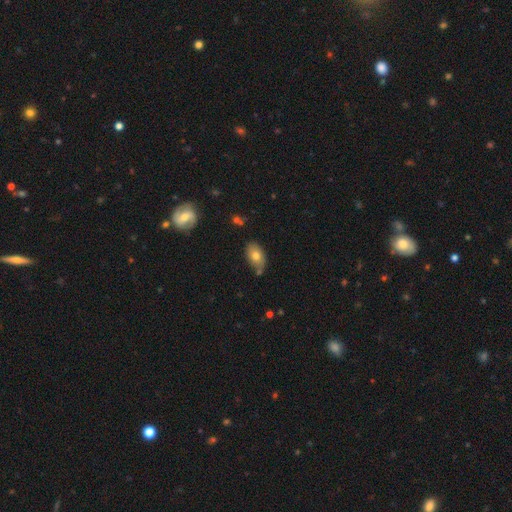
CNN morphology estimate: Smooth or featured? Predicted: smooth (p=0.74). How rounded? Predicted: in between (p=0.89). Merging? Predicted: none (p=0.66).